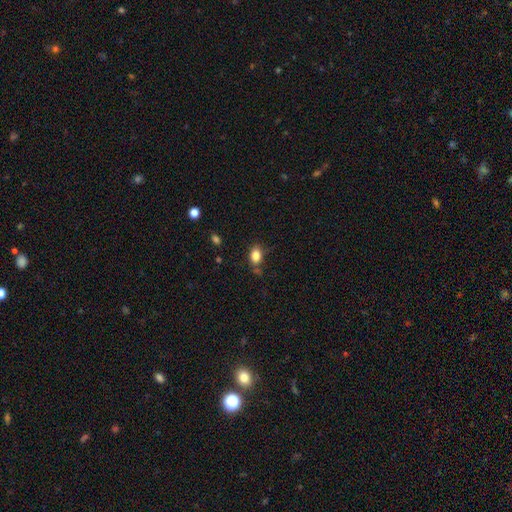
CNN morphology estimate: Overall: smooth (83%). How rounded: in between (77%). Merging: none (72%).